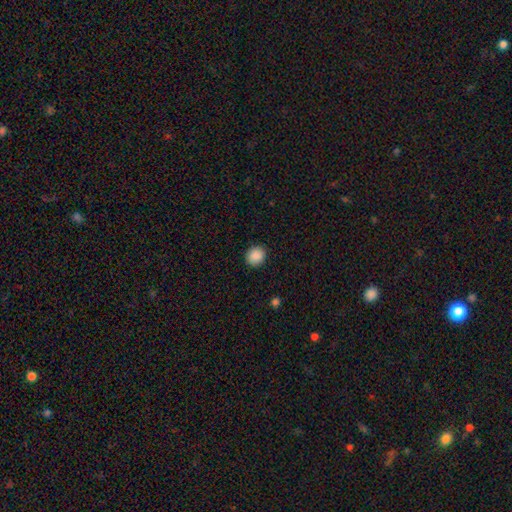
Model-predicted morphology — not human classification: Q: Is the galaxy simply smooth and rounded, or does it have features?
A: smooth — 89%.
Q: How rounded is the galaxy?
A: round — 78%.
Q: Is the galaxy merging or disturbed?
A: none — 90%.